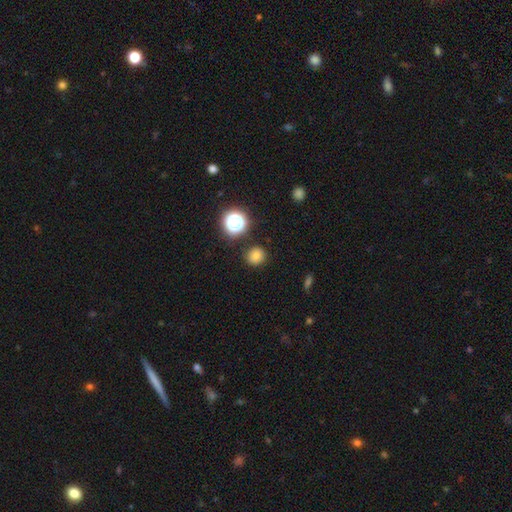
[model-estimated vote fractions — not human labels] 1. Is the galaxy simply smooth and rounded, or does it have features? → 78% smooth, 16% star or artifact, 6% featured or disk.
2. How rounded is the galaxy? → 86% round, 13% in between, 1% cigar-shaped.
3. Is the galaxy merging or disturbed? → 88% none, 8% minor disturbance, 2% major disturbance, 2% merger.